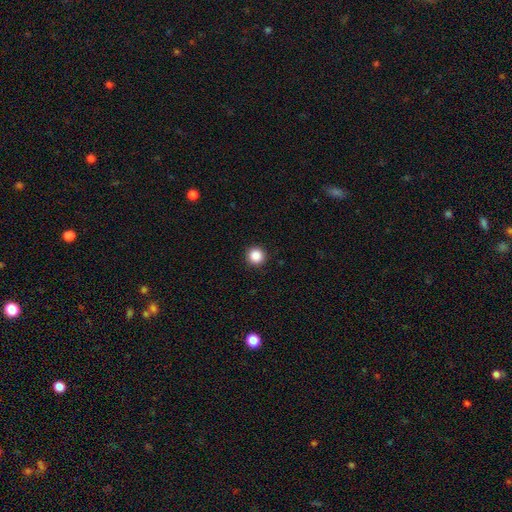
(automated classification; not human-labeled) Morphology: type=smooth (88%); roundness=round (95%); merging=none (93%).